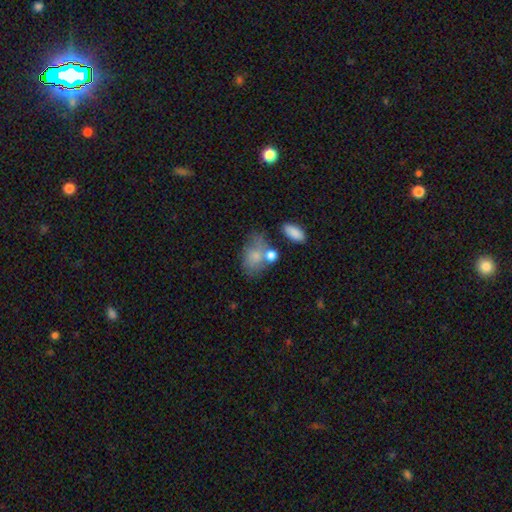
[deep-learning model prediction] Smooth or featured: smooth — 70% (featured or disk — 21%)
How rounded: in between — 75% (round — 23%)
Merging: none — 37% (merger — 26%)